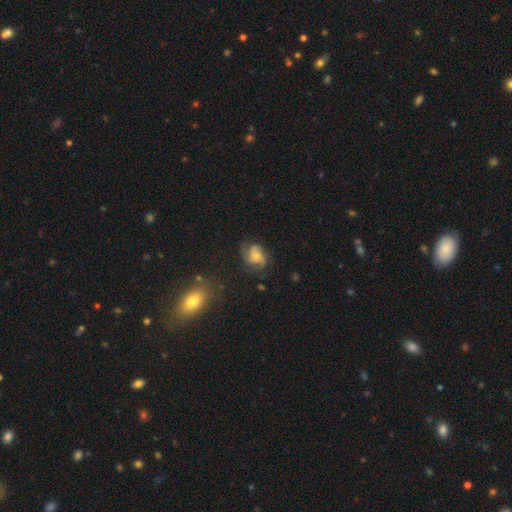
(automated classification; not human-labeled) Smooth or featured: featured or disk — 61% (smooth — 29%)
Edge-on disk: no — 97% (yes — 3%)
Bar: no — 68% (weak — 27%)
Spiral arms: yes — 89% (no — 11%)
Spiral winding: medium — 48% (loose — 29%)
Spiral arm count: 2 — 52% (3 — 21%)
Bulge size: small — 52% (moderate — 34%)
Merging: none — 58% (minor disturbance — 24%)